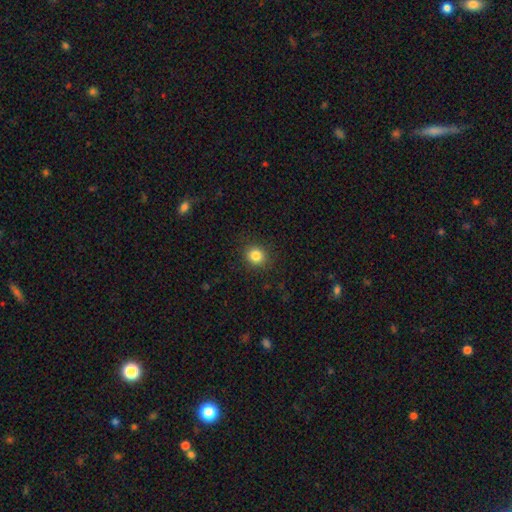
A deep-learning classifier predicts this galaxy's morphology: smooth_or_featured: smooth (p=0.84) [alt: star or artifact p=0.11]
how_rounded: round (p=0.82) [alt: in between p=0.17]
merging: none (p=0.89) [alt: minor disturbance p=0.08]